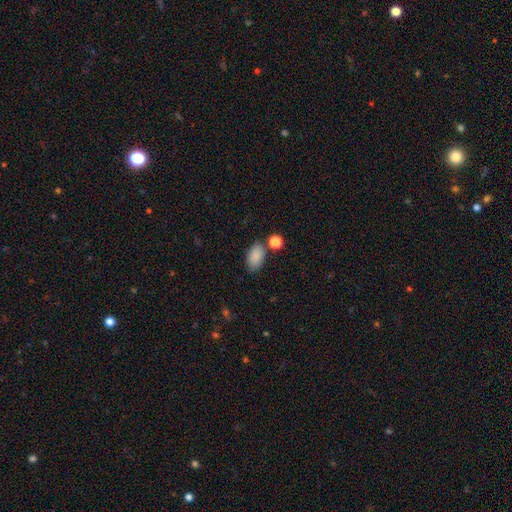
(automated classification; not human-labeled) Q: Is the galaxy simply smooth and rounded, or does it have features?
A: smooth — 88%.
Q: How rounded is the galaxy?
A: in between — 92%.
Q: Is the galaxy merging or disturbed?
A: none — 74%.